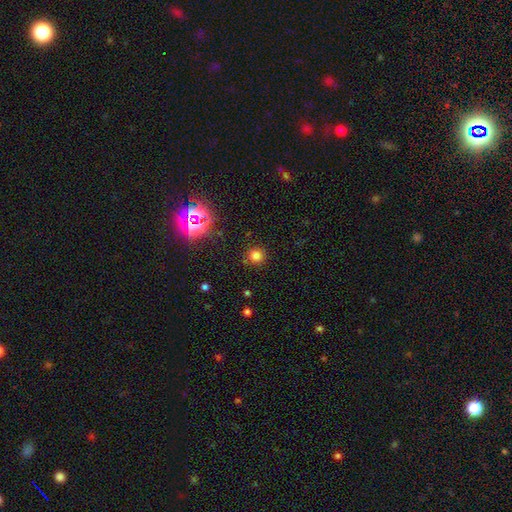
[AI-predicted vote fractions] Smooth or featured? smooth (74%)
How rounded? round (94%)
Merging? none (88%)